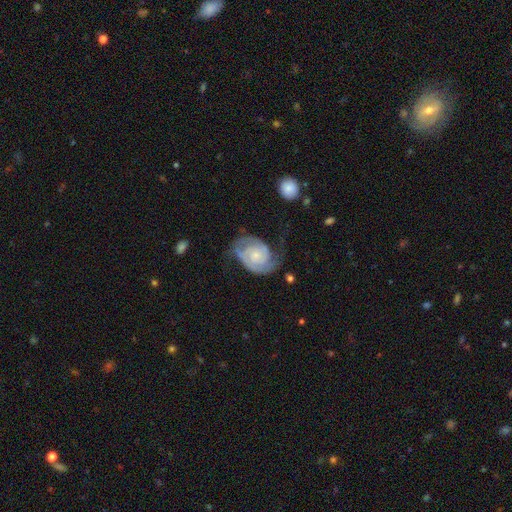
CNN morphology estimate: Smooth or featured?
  - featured or disk: 82% *
  - smooth: 13%
  - star or artifact: 5%
Edge-on disk?
  - no: 98% *
  - yes: 2%
Bar?
  - no: 71% *
  - weak: 25%
  - strong: 4%
Spiral arms?
  - yes: 95% *
  - no: 5%
Spiral winding?
  - tight: 53% *
  - medium: 35%
  - loose: 11%
Spiral arm count?
  - 2: 69% *
  - can't tell: 13%
  - 3: 7%
  - 1: 7%
  - 4: 2%
  - more than 4: 2%
Bulge size?
  - small: 58% *
  - moderate: 29%
  - none: 8%
  - large: 3%
  - dominant: 1%
Merging?
  - none: 50% *
  - minor disturbance: 26%
  - major disturbance: 22%
  - merger: 2%